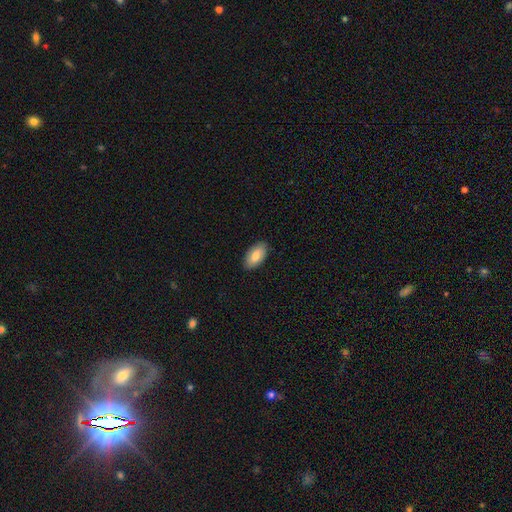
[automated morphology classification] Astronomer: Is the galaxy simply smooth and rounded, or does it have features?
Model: smooth — 80%.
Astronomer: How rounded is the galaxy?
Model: in between — 95%.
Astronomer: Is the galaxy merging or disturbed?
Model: none — 88%.